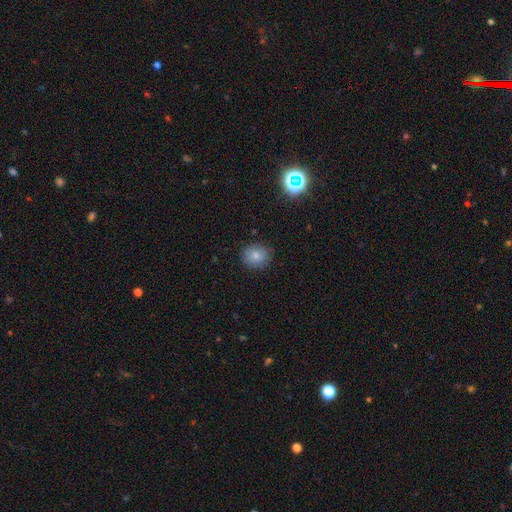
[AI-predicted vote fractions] smooth-or-featured: smooth: 81% | star or artifact: 11% | featured or disk: 8%
  how-rounded: round: 75% | in between: 24% | cigar-shaped: 1%
  merging: none: 87% | minor disturbance: 10% | major disturbance: 3% | merger: 1%